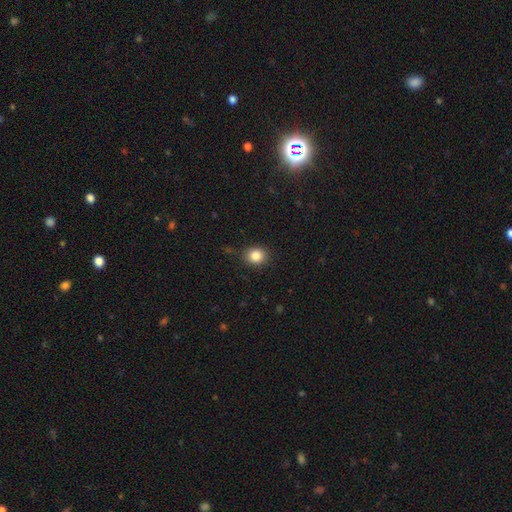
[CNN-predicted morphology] Smooth or featured: smooth — 85% (star or artifact — 10%)
How rounded: round — 75% (in between — 24%)
Merging: none — 86% (minor disturbance — 10%)